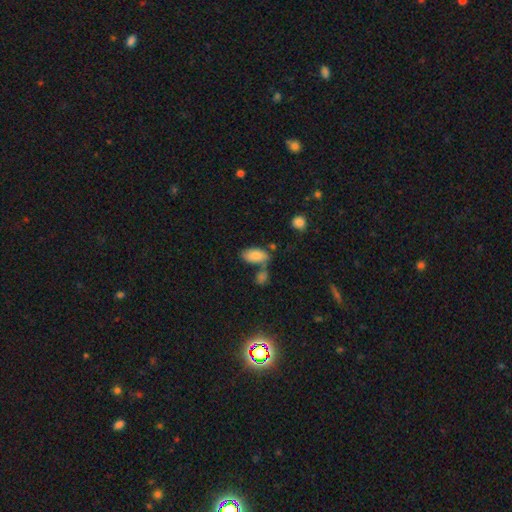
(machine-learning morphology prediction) smooth 84%, featured or disk 8%, star or artifact 7%. Down the decision tree: how rounded — in between (93%); merging — none (59%).